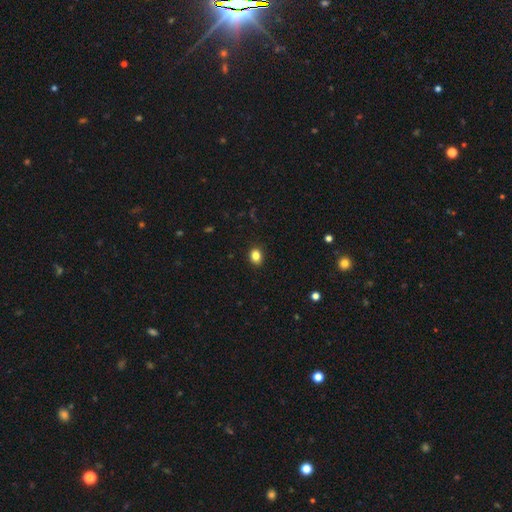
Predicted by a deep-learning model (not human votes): smooth-or-featured: smooth: 85% | star or artifact: 11% | featured or disk: 5%
  how-rounded: round: 54% | in between: 45% | cigar-shaped: 1%
  merging: none: 89% | minor disturbance: 8% | major disturbance: 2% | merger: 1%